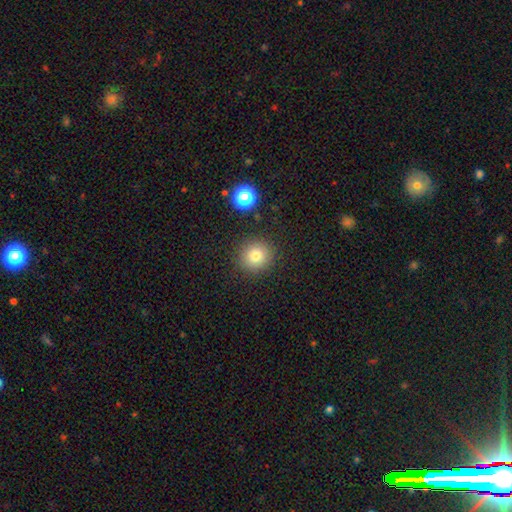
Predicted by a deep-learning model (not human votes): smooth 79%, star or artifact 13%, featured or disk 8%. Down the decision tree: how rounded — round (91%); merging — none (88%).